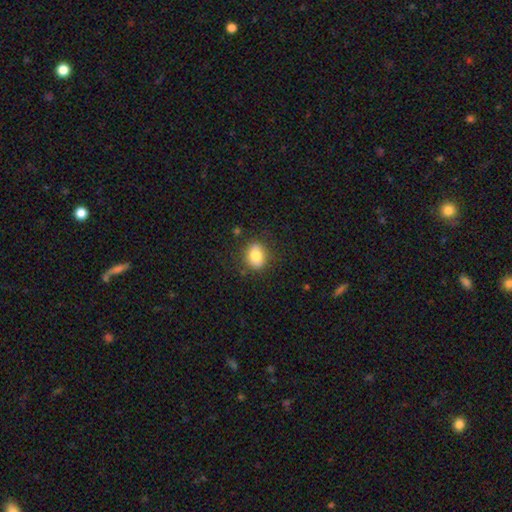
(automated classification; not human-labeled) Morphology: type=smooth (77%); roundness=round (51%); merging=none (81%).